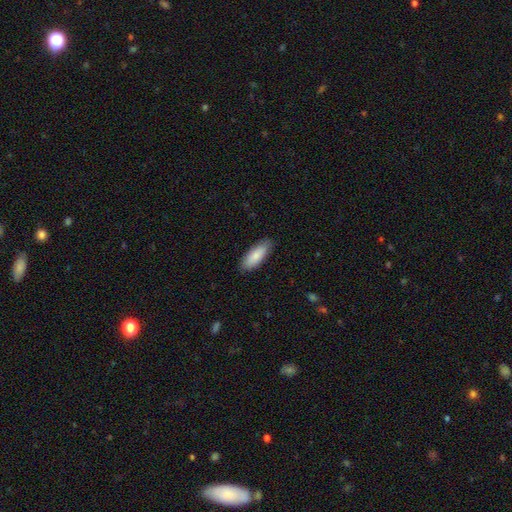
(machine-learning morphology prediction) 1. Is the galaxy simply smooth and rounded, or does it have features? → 85% smooth, 10% featured or disk, 6% star or artifact.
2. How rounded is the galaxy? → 73% in between, 26% cigar-shaped, 2% round.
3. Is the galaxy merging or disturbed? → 86% none, 11% minor disturbance, 2% major disturbance, 1% merger.